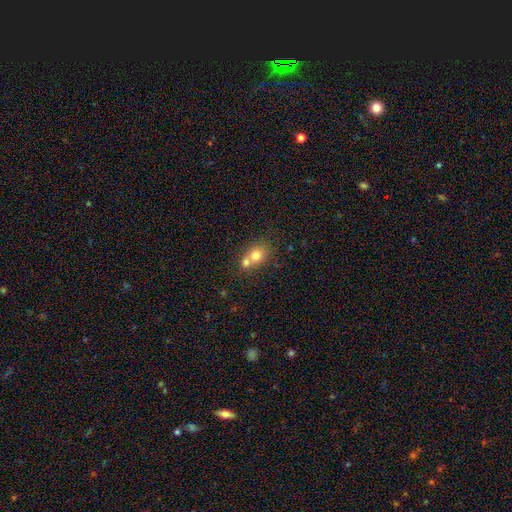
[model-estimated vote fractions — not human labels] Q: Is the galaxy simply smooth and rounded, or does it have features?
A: smooth — 73%.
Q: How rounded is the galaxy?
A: round — 62%.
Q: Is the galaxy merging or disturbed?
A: merger — 59%.